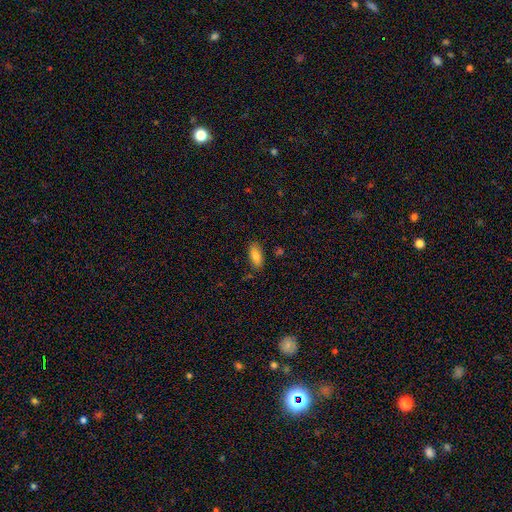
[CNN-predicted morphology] smooth_or_featured: smooth (p=0.83) [alt: featured or disk p=0.10]
how_rounded: in between (p=0.87) [alt: cigar-shaped p=0.11]
merging: none (p=0.83) [alt: minor disturbance p=0.12]